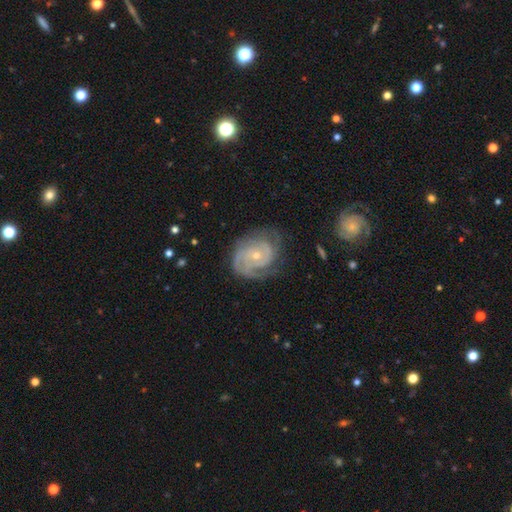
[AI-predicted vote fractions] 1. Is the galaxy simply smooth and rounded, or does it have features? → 86% featured or disk, 9% smooth, 6% star or artifact.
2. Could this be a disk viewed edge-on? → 97% no, 3% yes.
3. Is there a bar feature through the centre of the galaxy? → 73% no, 22% weak, 5% strong.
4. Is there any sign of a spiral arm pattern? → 96% yes, 4% no.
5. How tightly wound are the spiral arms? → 66% tight, 28% medium, 6% loose.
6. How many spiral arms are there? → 36% 2, 24% 3, 23% can't tell, 7% 4, 6% 1, 5% more than 4.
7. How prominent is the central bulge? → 70% small, 27% moderate, 1% none, 1% large, 1% dominant.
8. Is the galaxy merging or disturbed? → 69% none, 20% minor disturbance, 9% major disturbance, 2% merger.